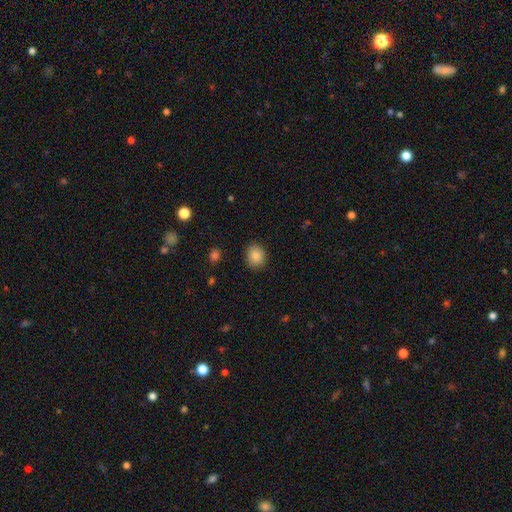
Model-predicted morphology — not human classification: Smooth or featured? Predicted: smooth (p=0.87). How rounded? Predicted: round (p=0.63). Merging? Predicted: none (p=0.86).